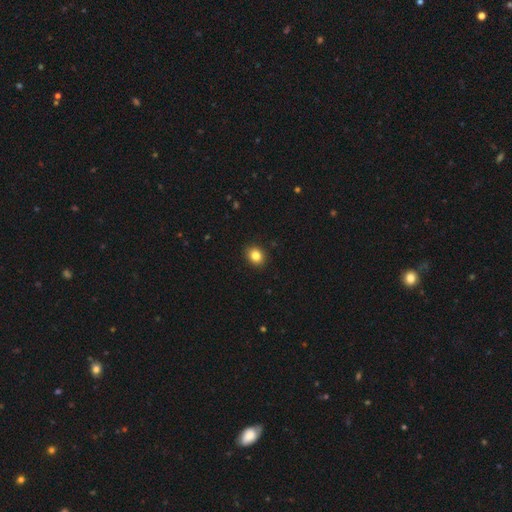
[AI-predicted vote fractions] smooth_or_featured: smooth (p=0.84) [alt: star or artifact p=0.10]
how_rounded: round (p=0.58) [alt: in between p=0.41]
merging: none (p=0.91) [alt: minor disturbance p=0.06]